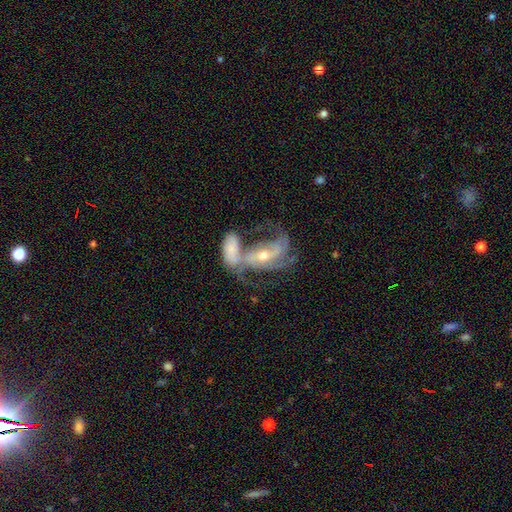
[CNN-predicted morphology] This appears to be a featured or disk galaxy (75%) with no bar (48%), 2 (63%) medium (40%) spiral arms (83%) and a moderate central bulge (49%). Merging: merger (61%).